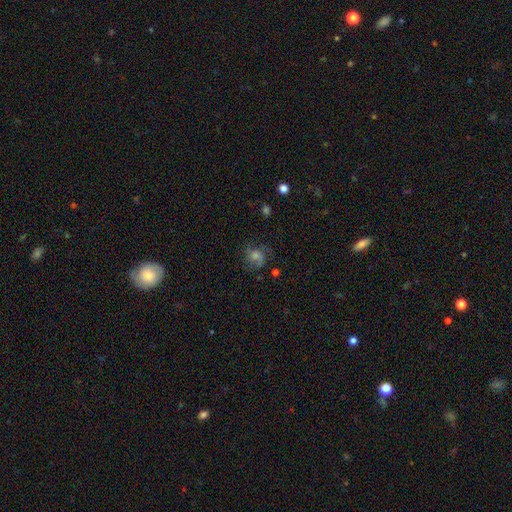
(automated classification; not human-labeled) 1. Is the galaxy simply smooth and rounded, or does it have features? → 53% featured or disk, 26% smooth, 21% star or artifact.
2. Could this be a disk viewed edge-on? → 97% no, 3% yes.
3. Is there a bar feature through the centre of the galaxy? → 69% no, 26% weak, 5% strong.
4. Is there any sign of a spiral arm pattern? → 87% yes, 13% no.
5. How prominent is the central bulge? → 51% moderate, 29% small, 11% large, 7% none, 2% dominant.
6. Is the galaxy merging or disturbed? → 70% none, 17% minor disturbance, 12% major disturbance, 2% merger.